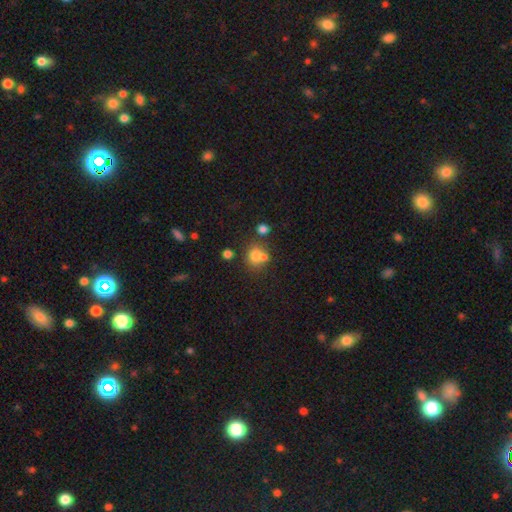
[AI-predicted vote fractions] A smooth galaxy with no disk features (73%) that is round (78%). Merging: none (49%).